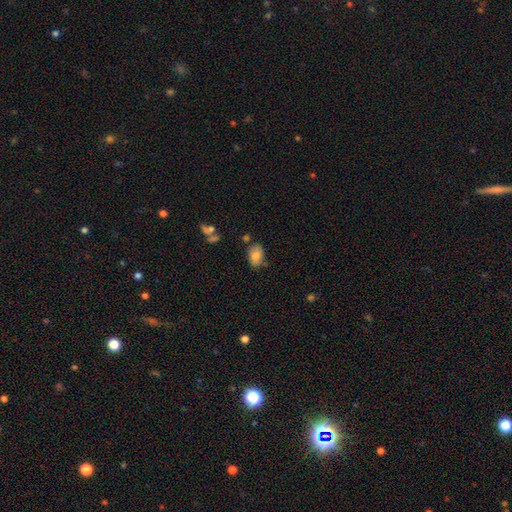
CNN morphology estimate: Smooth or featured? smooth (75%)
How rounded? in between (87%)
Merging? none (67%)